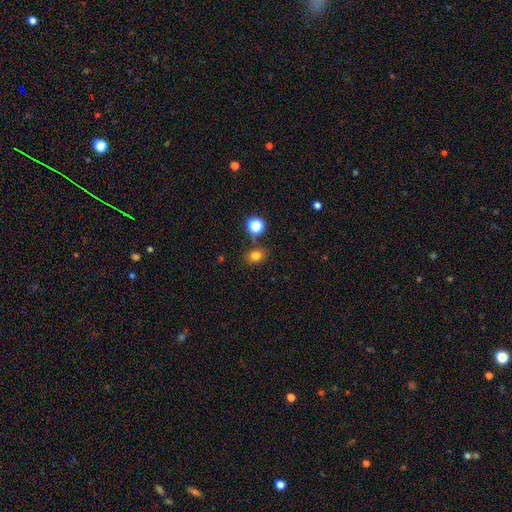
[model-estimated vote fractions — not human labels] Smooth or featured? Predicted: smooth (p=0.77). How rounded? Predicted: in between (p=0.51). Merging? Predicted: none (p=0.76).